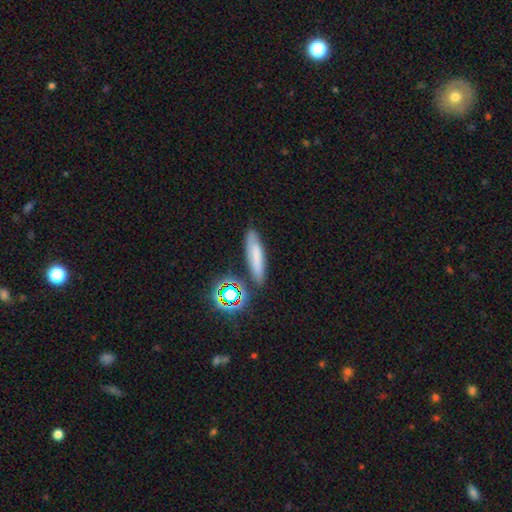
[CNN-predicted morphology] Smooth or featured? smooth (62%)
How rounded? cigar-shaped (68%)
Merging? none (75%)